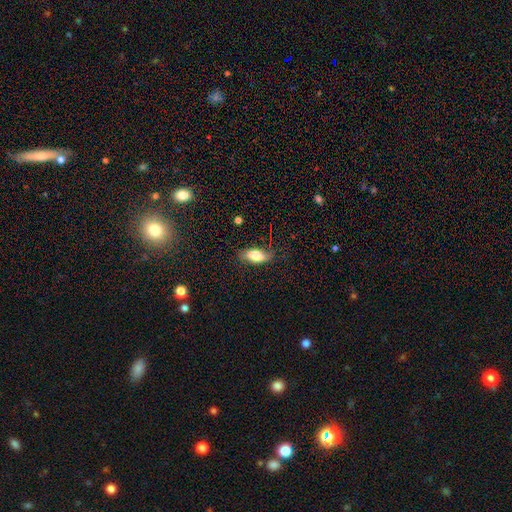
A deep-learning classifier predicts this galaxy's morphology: Overall: smooth (76%). How rounded: in between (86%). Merging: none (74%).